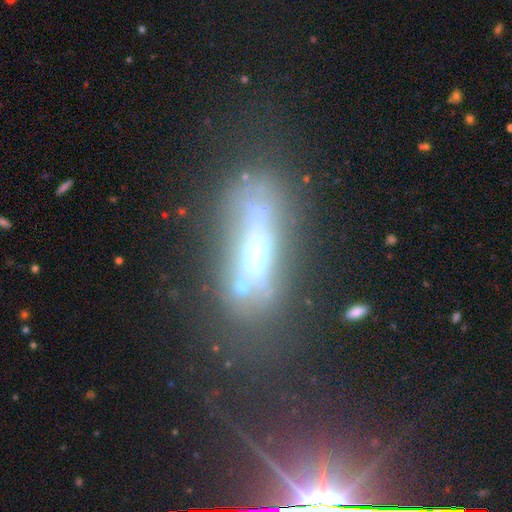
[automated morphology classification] type=featured or disk (57%); edge-on=no (67%); merging=none (38%).